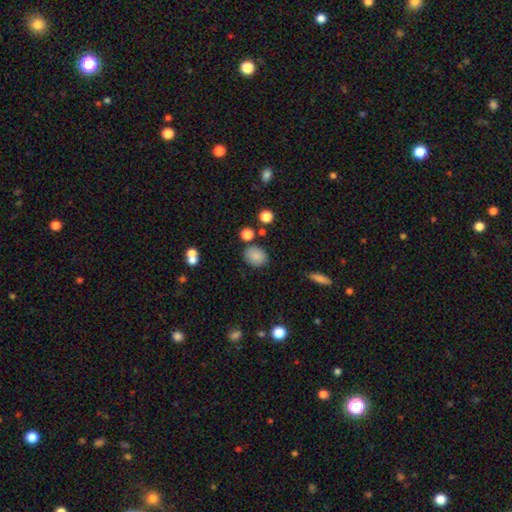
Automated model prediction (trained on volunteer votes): Smooth or featured? smooth (84%)
How rounded? in between (52%)
Merging? none (81%)